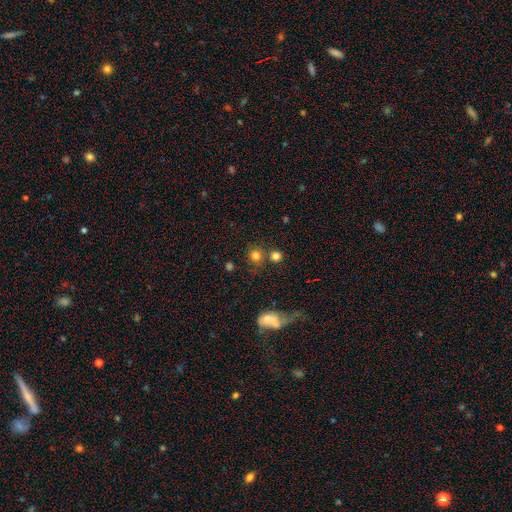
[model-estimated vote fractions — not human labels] Smooth or featured?
  - smooth: 78% *
  - star or artifact: 14%
  - featured or disk: 8%
How rounded?
  - round: 88% *
  - in between: 11%
  - cigar-shaped: 1%
Merging?
  - none: 65% *
  - merger: 21%
  - minor disturbance: 9%
  - major disturbance: 5%